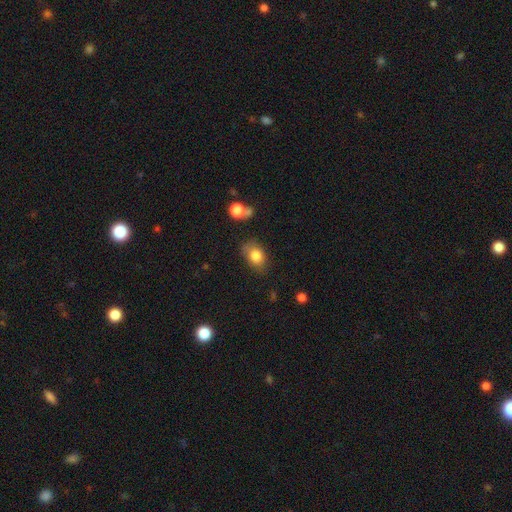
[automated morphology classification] smooth-or-featured: smooth: 81% | featured or disk: 10% | star or artifact: 9%
  how-rounded: in between: 76% | round: 23% | cigar-shaped: 1%
  merging: none: 64% | minor disturbance: 23% | major disturbance: 7% | merger: 5%